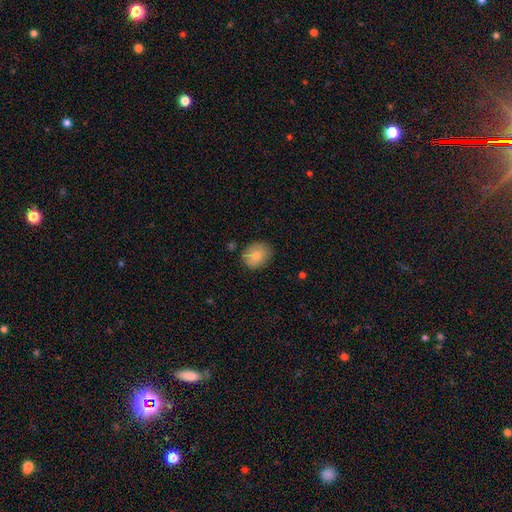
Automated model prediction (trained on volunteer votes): Smooth or featured? smooth (83%)
How rounded? round (53%)
Merging? none (79%)